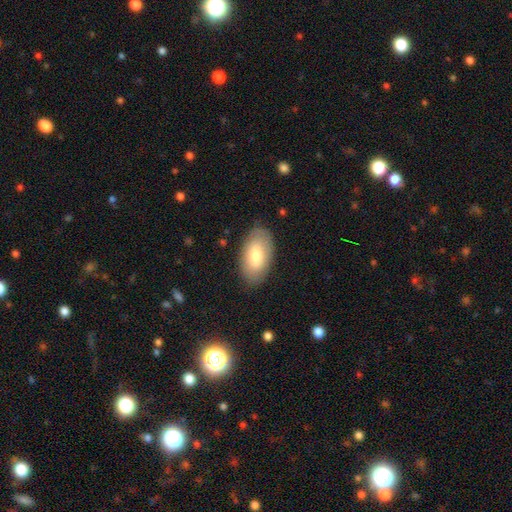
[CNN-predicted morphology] smooth-or-featured: smooth: 73% | featured or disk: 21% | star or artifact: 6%
  how-rounded: in between: 94% | round: 3% | cigar-shaped: 3%
  merging: none: 84% | minor disturbance: 12% | major disturbance: 3% | merger: 1%